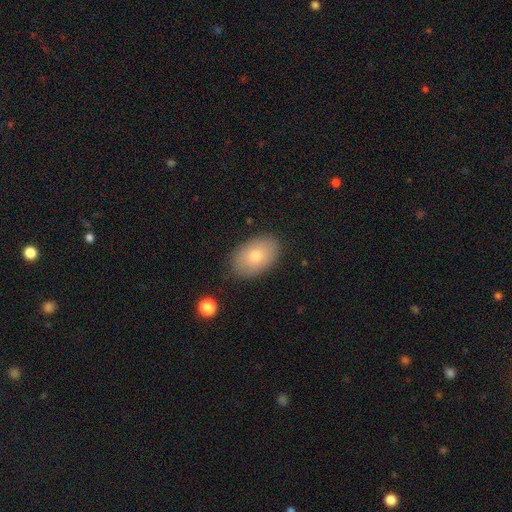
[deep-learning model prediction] smooth 76%, featured or disk 16%, star or artifact 8%. Down the decision tree: how rounded — in between (89%); merging — none (86%).